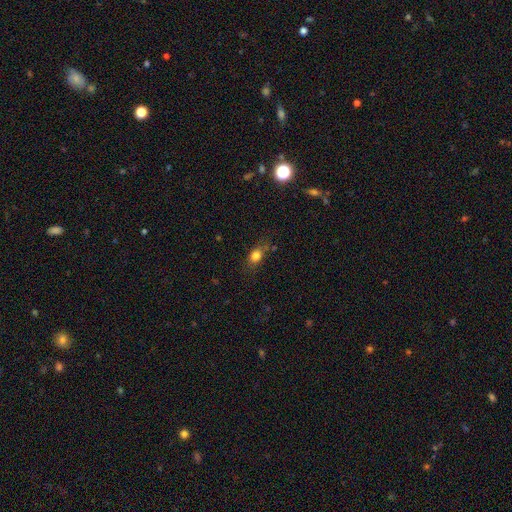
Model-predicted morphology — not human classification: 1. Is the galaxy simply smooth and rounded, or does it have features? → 79% smooth, 11% star or artifact, 10% featured or disk.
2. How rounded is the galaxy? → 68% in between, 24% round, 8% cigar-shaped.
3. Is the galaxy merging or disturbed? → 69% none, 21% minor disturbance, 6% major disturbance, 4% merger.